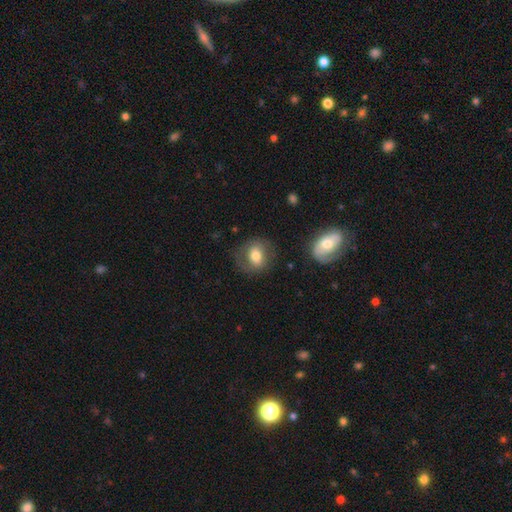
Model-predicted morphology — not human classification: Smooth or featured: smooth — 61% (featured or disk — 31%)
How rounded: round — 59% (in between — 40%)
Merging: none — 70% (minor disturbance — 17%)